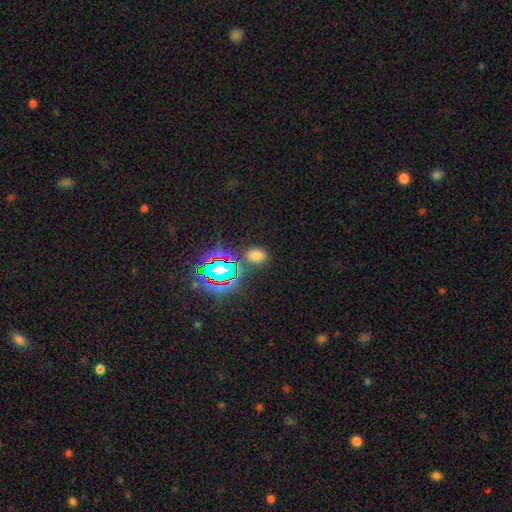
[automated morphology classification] smooth 62%, star or artifact 31%, featured or disk 6%. Down the decision tree: how rounded — in between (77%); merging — none (81%).